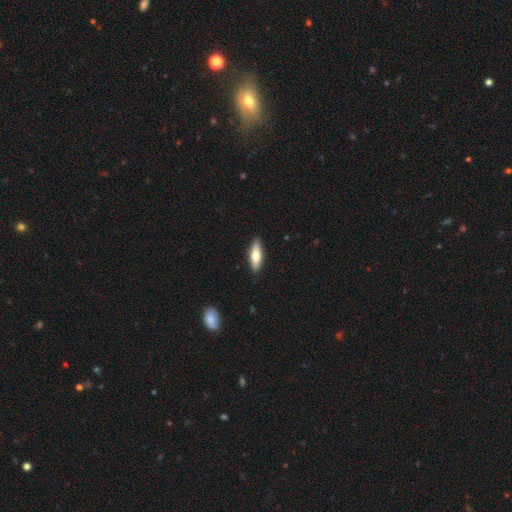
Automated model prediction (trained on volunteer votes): smooth-or-featured: smooth: 68% | featured or disk: 27% | star or artifact: 5%
  how-rounded: cigar-shaped: 57% | in between: 42% | round: 2%
  merging: none: 89% | minor disturbance: 8% | major disturbance: 2% | merger: 1%